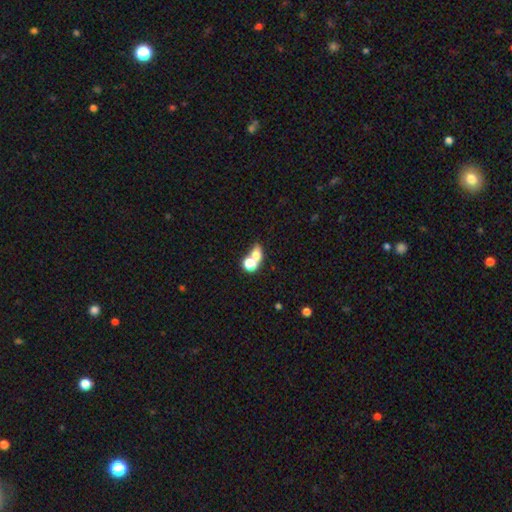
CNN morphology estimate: Smooth or featured: smooth — 68% (star or artifact — 16%)
How rounded: in between — 53% (round — 45%)
Merging: merger — 55% (none — 33%)